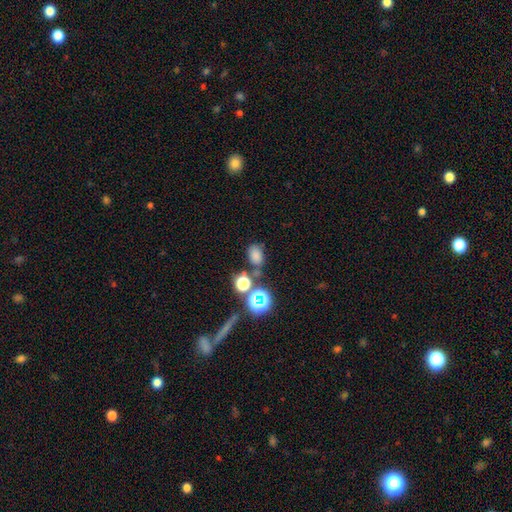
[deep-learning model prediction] Smooth or featured? smooth (71%)
How rounded? in between (72%)
Merging? none (64%)